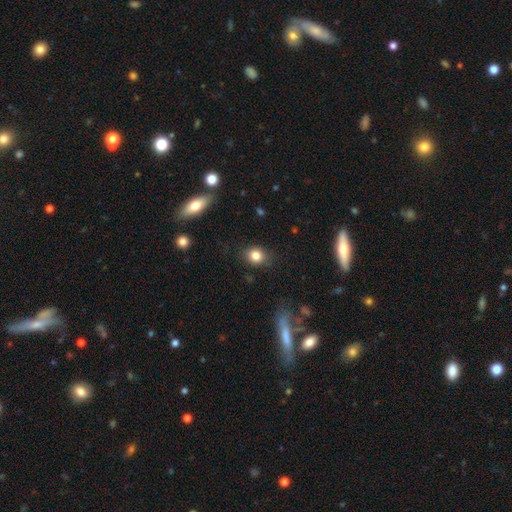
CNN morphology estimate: This is clearly a smooth galaxy (83%). How rounded: possibly round (57%). Merging: clearly none (82%).